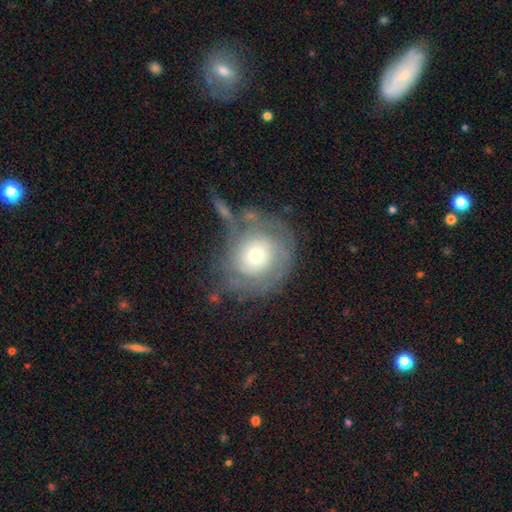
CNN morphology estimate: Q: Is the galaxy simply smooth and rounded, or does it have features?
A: featured or disk — 57%.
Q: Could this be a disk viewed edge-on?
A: no — 96%.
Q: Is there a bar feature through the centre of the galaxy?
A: no — 85%.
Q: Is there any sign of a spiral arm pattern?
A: yes — 69%.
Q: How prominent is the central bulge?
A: moderate — 58%.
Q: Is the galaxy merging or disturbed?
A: none — 55%.